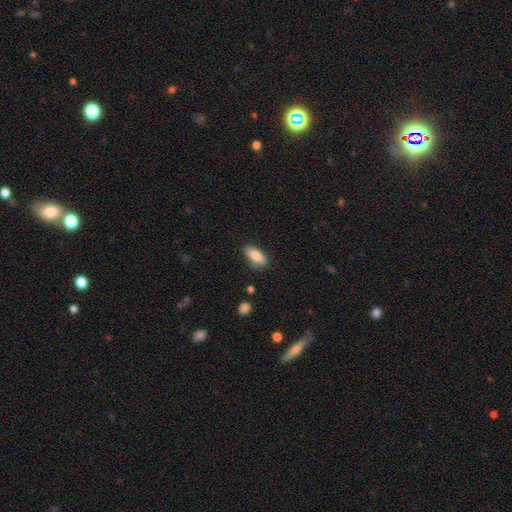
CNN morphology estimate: Smooth or featured? smooth (85%)
How rounded? in between (81%)
Merging? none (80%)